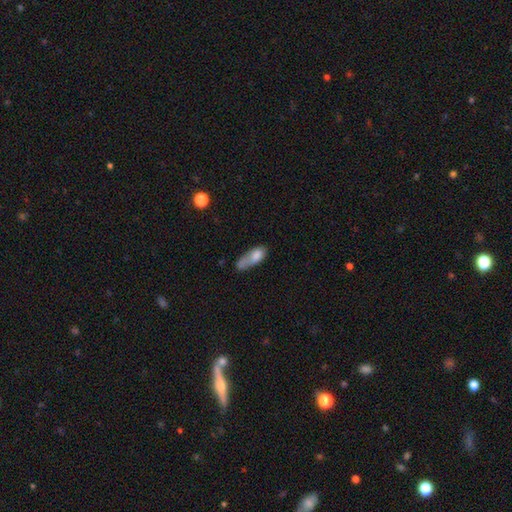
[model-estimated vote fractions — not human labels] Overall: smooth (69%). How rounded: in between (67%; cigar-shaped 27%). Merging: none (28%; minor disturbance 26%).